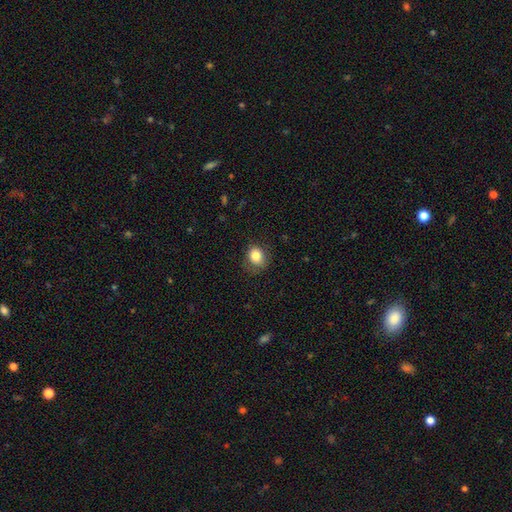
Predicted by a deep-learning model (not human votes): This appears to be a smooth galaxy with no disk features (83%) that is round (57%). Merging: none (71%).